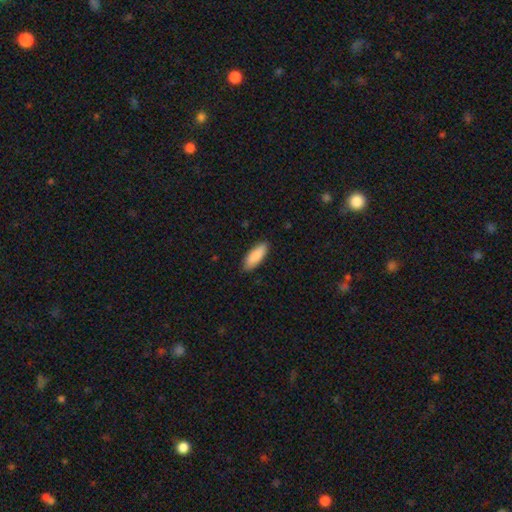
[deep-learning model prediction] Q: Smooth or featured?
A: smooth (88%); runner-up: featured or disk (7%)
Q: How rounded?
A: in between (70%); runner-up: cigar-shaped (28%)
Q: Merging?
A: none (89%); runner-up: minor disturbance (8%)